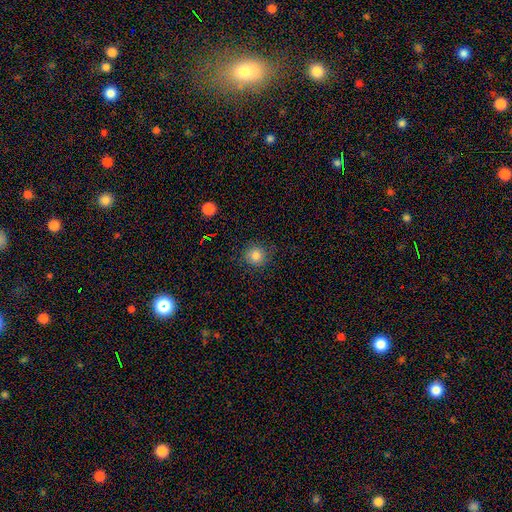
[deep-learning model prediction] This appears to be a smooth galaxy with no disk features (82%) that is round (93%). Merging: none (87%).